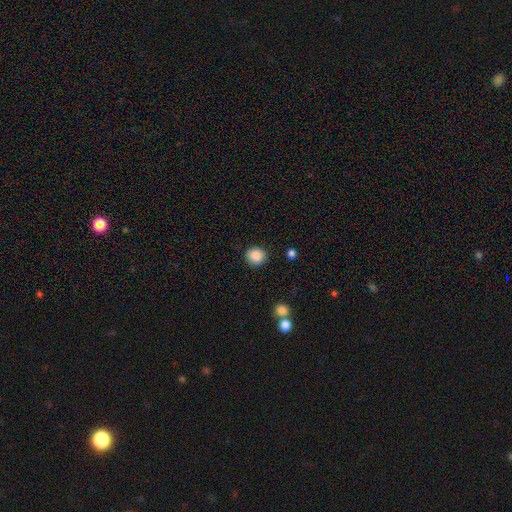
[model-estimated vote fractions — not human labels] Overall: smooth (88%). How rounded: round (86%). Merging: none (89%).